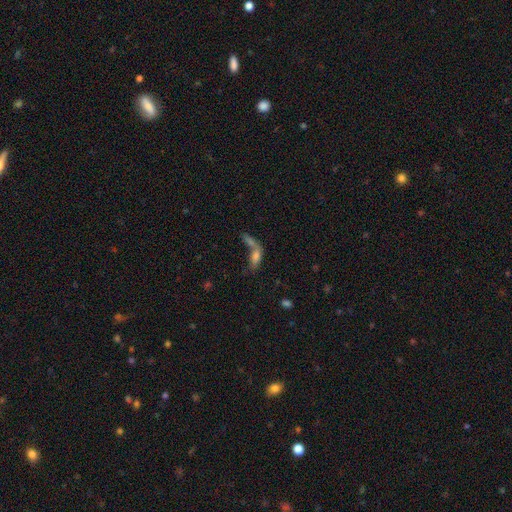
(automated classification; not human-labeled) smooth 66%, featured or disk 21%, star or artifact 13%. Down the decision tree: how rounded — in between (72%); merging — merger (61%).